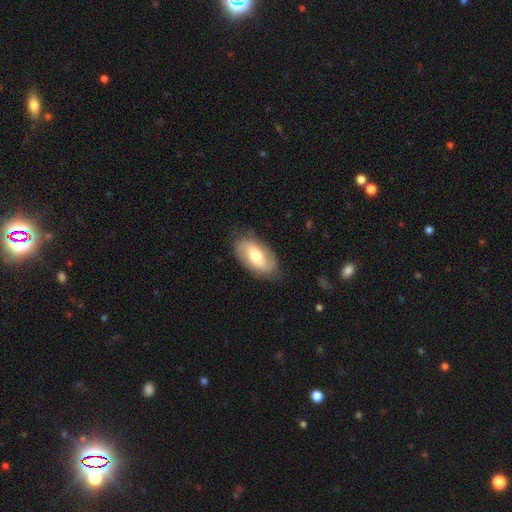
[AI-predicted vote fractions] Smooth or featured: featured or disk — 57% (smooth — 37%)
Edge-on disk: no — 93% (yes — 7%)
Bar: weak — 40% (no — 38%)
Spiral arms: yes — 79% (no — 21%)
Bulge size: moderate — 68% (small — 17%)
Merging: none — 82% (minor disturbance — 13%)